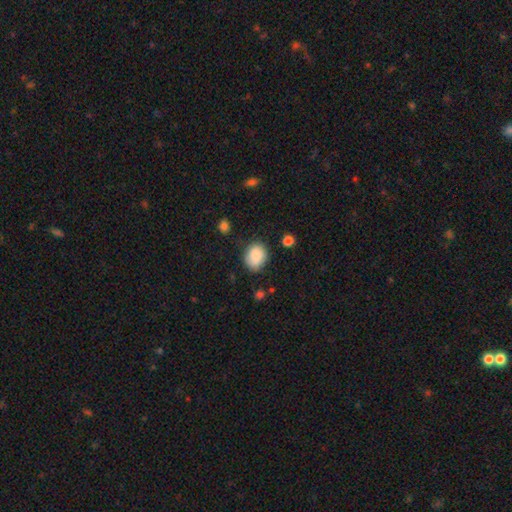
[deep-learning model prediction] Q: Smooth or featured?
A: smooth (84%); runner-up: featured or disk (8%)
Q: How rounded?
A: round (52%); runner-up: in between (47%)
Q: Merging?
A: none (76%); runner-up: minor disturbance (18%)